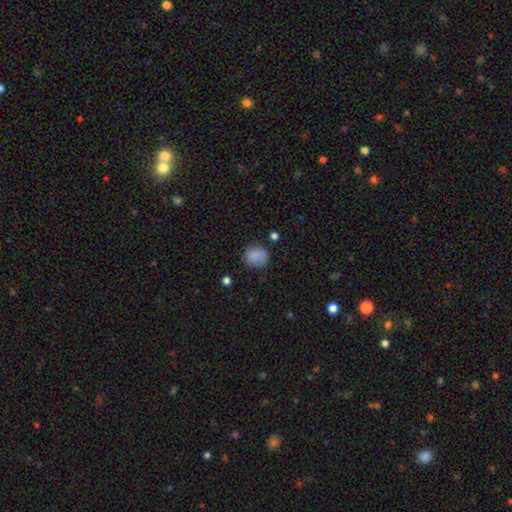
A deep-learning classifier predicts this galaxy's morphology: type=smooth (83%); roundness=round (71%); merging=none (70%).